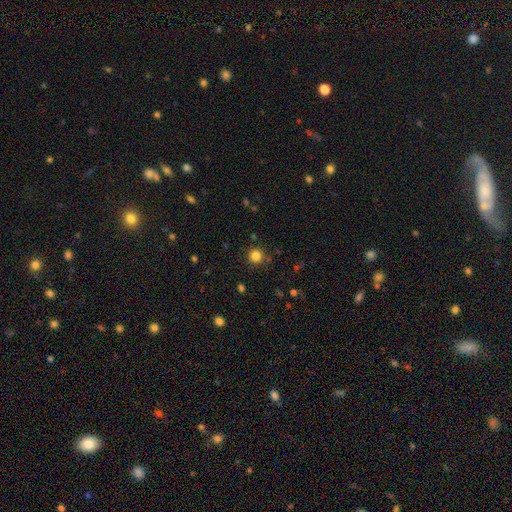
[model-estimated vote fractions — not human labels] smooth_or_featured: smooth (p=0.82) [alt: star or artifact p=0.13]
how_rounded: round (p=0.95) [alt: in between p=0.04]
merging: none (p=0.89) [alt: minor disturbance p=0.07]